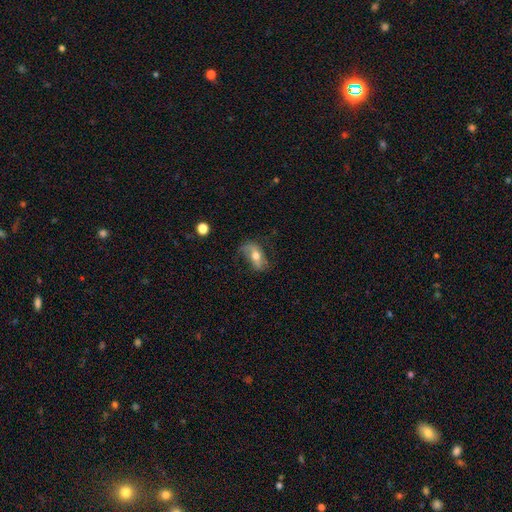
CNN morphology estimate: type=featured or disk (58%); edge-on=no (89%); bar=no (39%); spiral arms=yes (78%); bulge=moderate (72%); merging=none (55%).